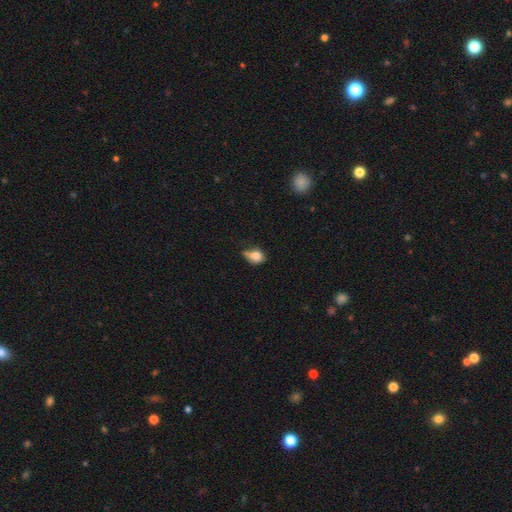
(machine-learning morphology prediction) Overall: smooth (76%). How rounded: in between (58%; round 40%). Merging: minor disturbance (45%; none 34%).